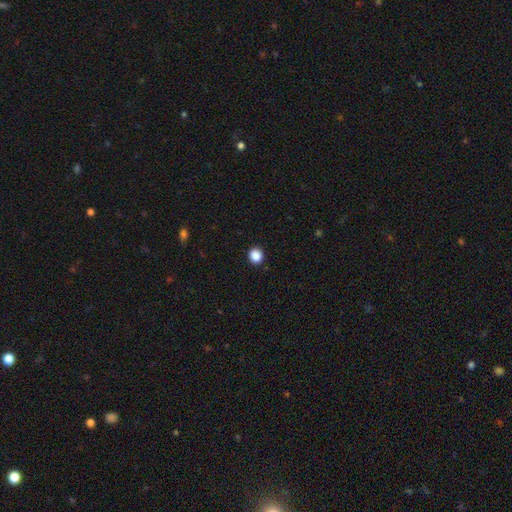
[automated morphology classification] Smooth or featured? smooth (88%)
How rounded? round (87%)
Merging? none (93%)